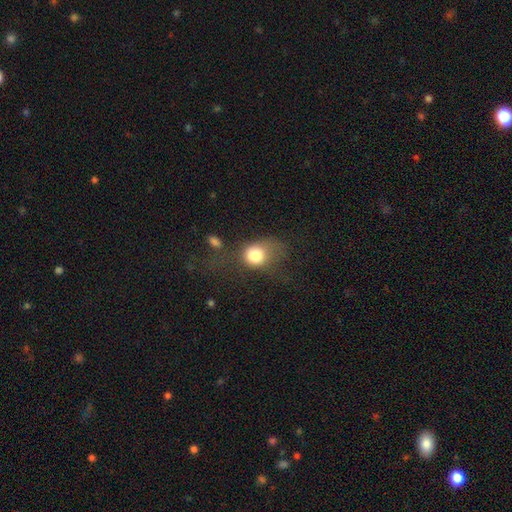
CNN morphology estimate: smooth-or-featured: smooth: 78% | featured or disk: 12% | star or artifact: 10%
  how-rounded: round: 57% | in between: 42% | cigar-shaped: 1%
  merging: major disturbance: 38% | none: 29% | minor disturbance: 25% | merger: 7%